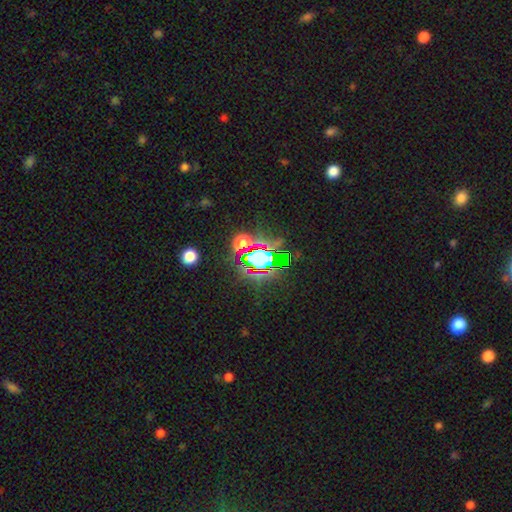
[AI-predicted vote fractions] star or artifact 70%, smooth 19%, featured or disk 12%.